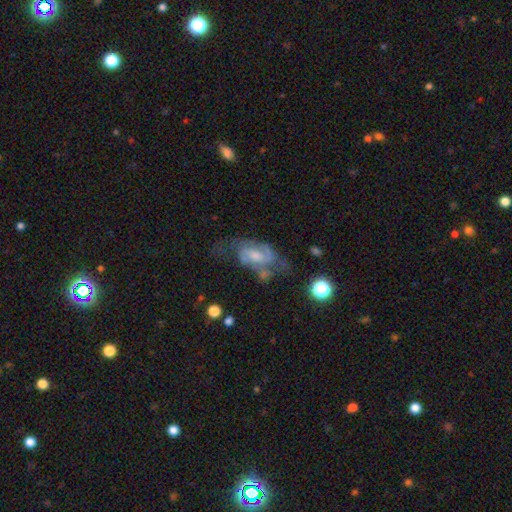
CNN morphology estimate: A featured or disk galaxy (75%) with a weak bar (48%), 2 (73%) medium (50%) spiral arms (88%) and a moderate central bulge (43%).

Vote fractions:
- Smooth or featured? featured or disk: 75% / smooth: 17% / star or artifact: 8%
- Edge-on disk? no: 96% / yes: 4%
- Bar? weak: 48% / no: 40% / strong: 12%
- Spiral arms? yes: 88% / no: 12%
- Spiral winding? medium: 50% / tight: 26% / loose: 24%
- Spiral arm count? 2: 73% / can't tell: 15% / 3: 5% / 1: 5% / 4: 2% / more than 4: 2%
- Bulge size? moderate: 43% / small: 37% / none: 11% / large: 7% / dominant: 1%
- Merging? none: 40% / major disturbance: 27% / minor disturbance: 24% / merger: 9%